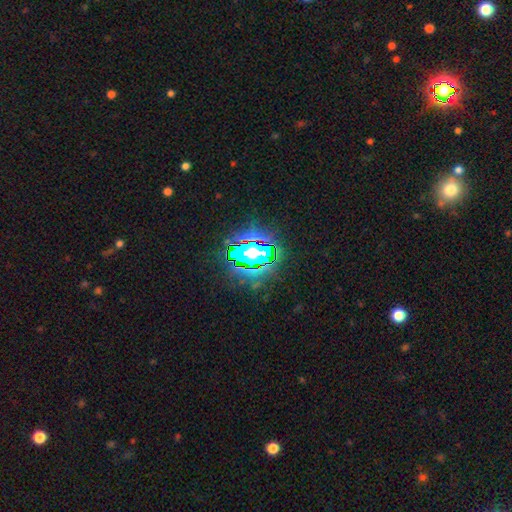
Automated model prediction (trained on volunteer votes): Morphology: type=star or artifact (82%).